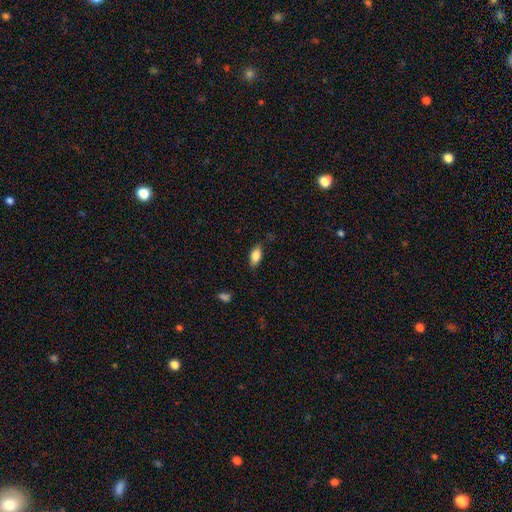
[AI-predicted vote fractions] Smooth or featured? Predicted: smooth (p=0.78). How rounded? Predicted: in between (p=0.86). Merging? Predicted: none (p=0.76).